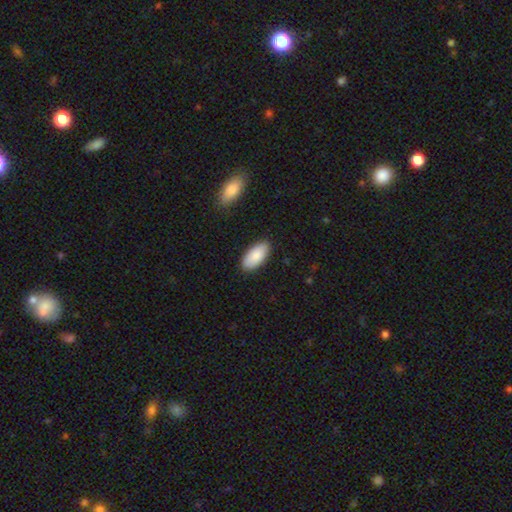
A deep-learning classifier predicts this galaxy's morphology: The model was most divided on "merging": none: 87%, minor disturbance: 10%, major disturbance: 2%, merger: 1%. More confident: how rounded — in between (93%); smooth or featured — smooth (88%).